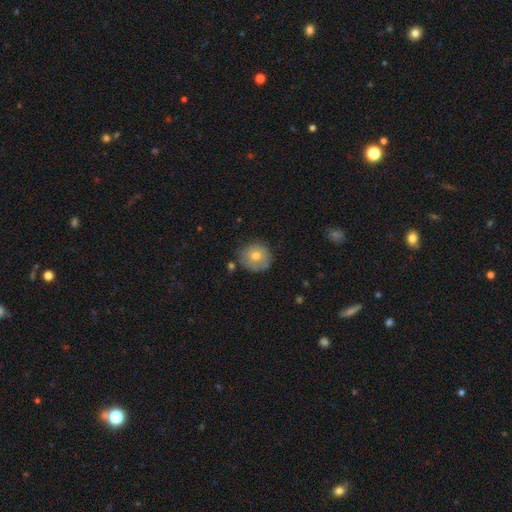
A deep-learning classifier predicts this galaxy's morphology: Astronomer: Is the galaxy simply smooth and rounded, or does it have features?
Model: smooth — 70%.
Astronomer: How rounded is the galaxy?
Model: round — 87%.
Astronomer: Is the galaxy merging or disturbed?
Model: none — 72%.